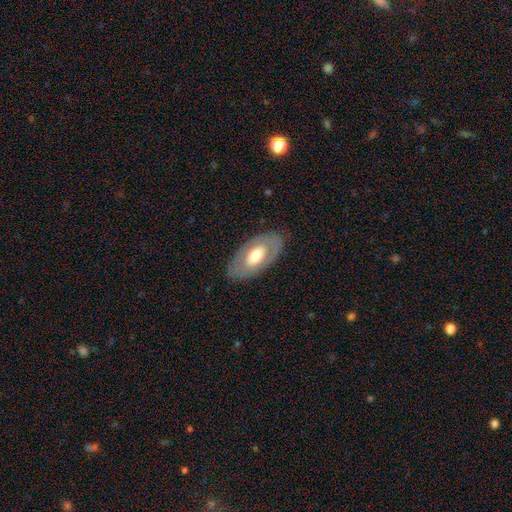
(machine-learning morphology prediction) smooth_or_featured: smooth (p=0.48) [alt: featured or disk p=0.46]
merging: none (p=0.82) [alt: minor disturbance p=0.12]